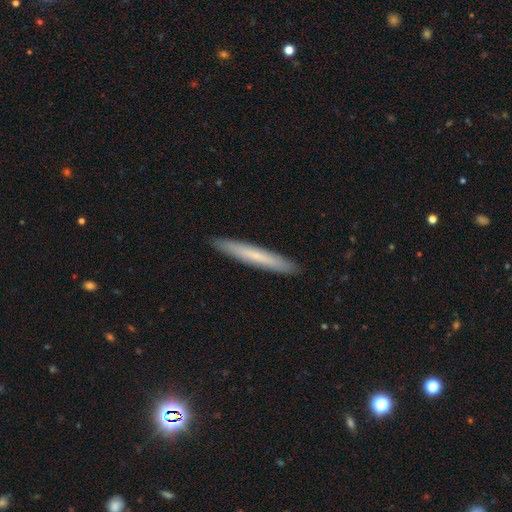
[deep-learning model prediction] Smooth or featured? smooth (63%)
How rounded? cigar-shaped (96%)
Merging? none (92%)